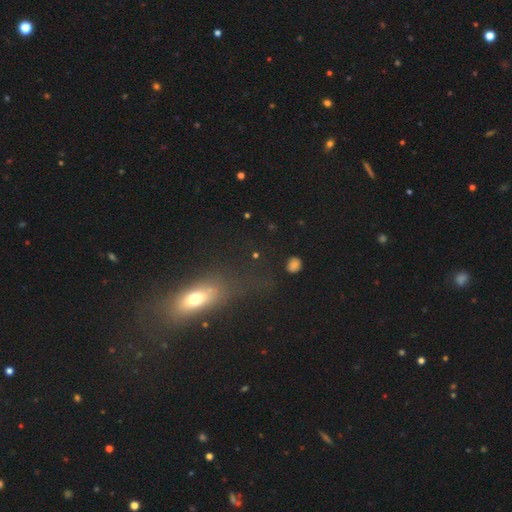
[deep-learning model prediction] This is possibly a smooth galaxy (55%). How rounded: marginally in between (44%). Merging: likely none (62%).